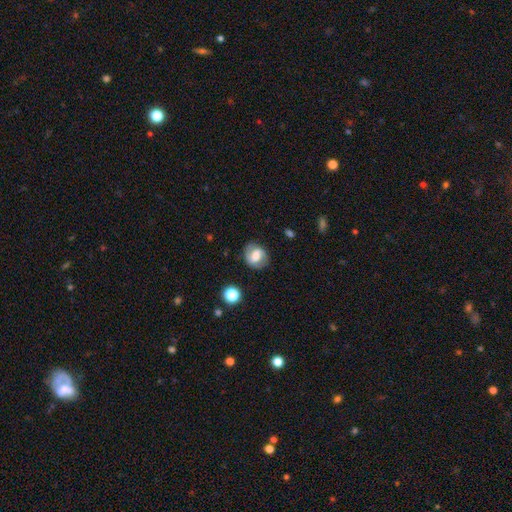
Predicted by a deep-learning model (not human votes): Q: Smooth or featured?
A: featured or disk (48%); runner-up: smooth (43%)
Q: Merging?
A: none (77%); runner-up: minor disturbance (16%)